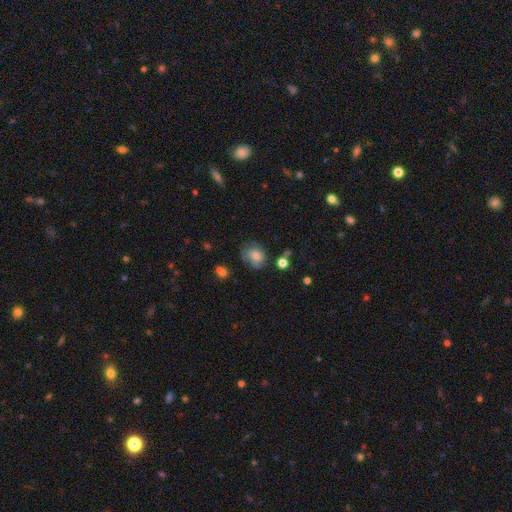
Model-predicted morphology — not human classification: This appears to be a smooth galaxy with no disk features (69%) that is round (55%). Merging: none (48%).